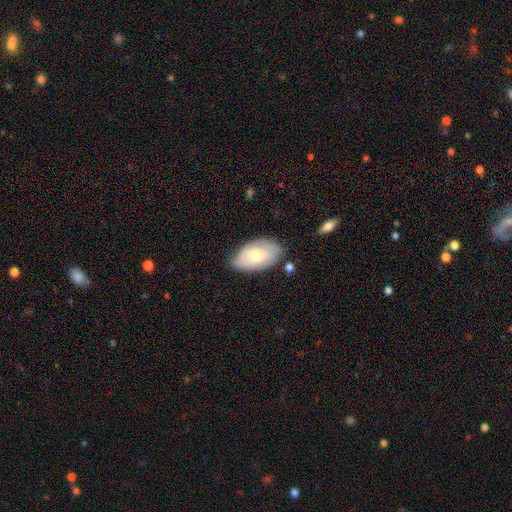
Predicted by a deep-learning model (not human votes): smooth 61%, featured or disk 33%, star or artifact 6%. Down the decision tree: how rounded — in between (93%); merging — none (68%).